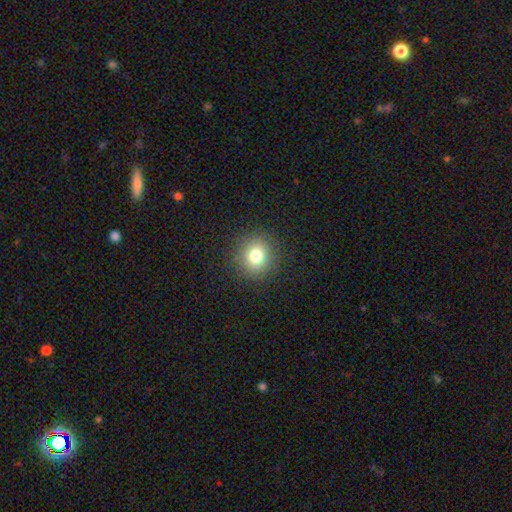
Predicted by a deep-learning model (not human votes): A smooth galaxy with no disk features (78%) that is round (86%).

Vote fractions:
- Smooth or featured? smooth: 78% / star or artifact: 13% / featured or disk: 9%
- How rounded? round: 86% / in between: 13% / cigar-shaped: 1%
- Merging? none: 90% / minor disturbance: 7% / major disturbance: 3% / merger: 1%